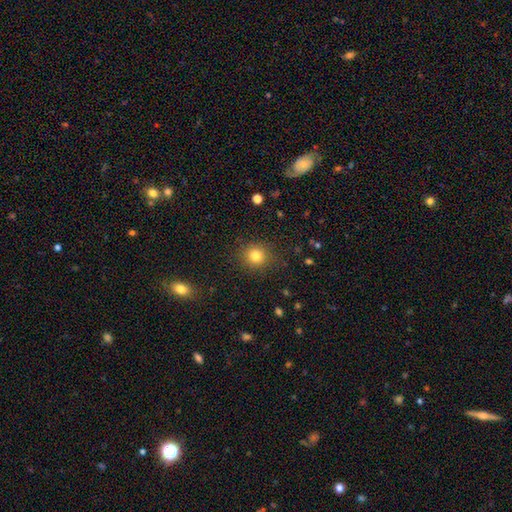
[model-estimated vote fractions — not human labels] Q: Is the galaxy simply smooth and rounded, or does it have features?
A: smooth — 81%.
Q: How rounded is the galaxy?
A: round — 89%.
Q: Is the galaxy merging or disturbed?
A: none — 88%.